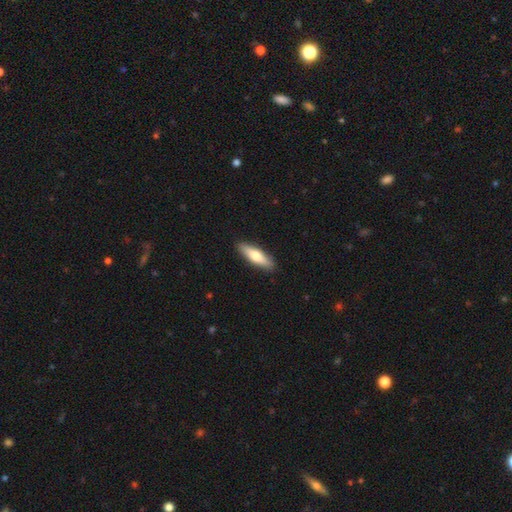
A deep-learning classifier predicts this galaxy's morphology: smooth-or-featured: smooth: 65% | featured or disk: 30% | star or artifact: 5%
  how-rounded: cigar-shaped: 64% | in between: 35% | round: 2%
  merging: none: 90% | minor disturbance: 7% | major disturbance: 2% | merger: 1%